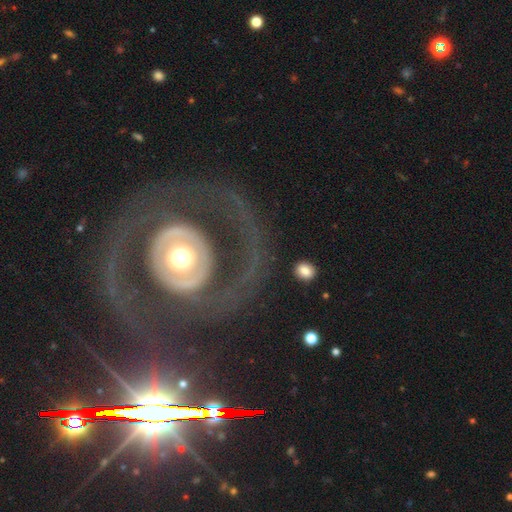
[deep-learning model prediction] This is likely a featured or disk galaxy (72%). It is clearly not viewed edge-on (94%). Bar: likely no (67%). Spiral arm pattern: possibly no (54%). Central bulge: likely moderate (64%). Merging: likely none (75%).